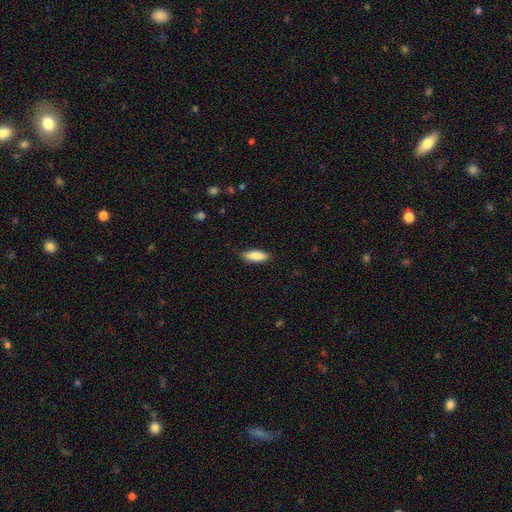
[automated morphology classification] This is clearly a smooth galaxy (86%). How rounded: likely in between (65%). Merging: clearly none (84%).